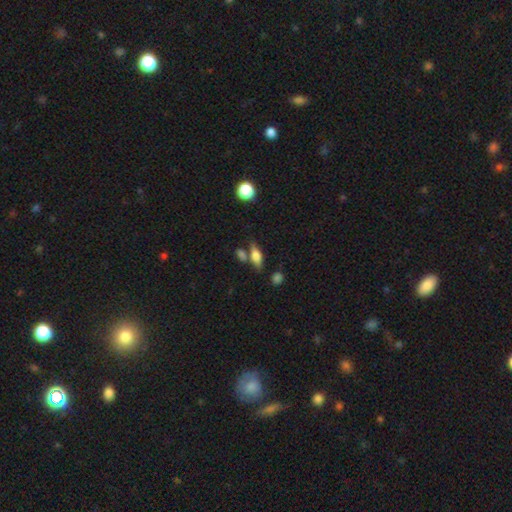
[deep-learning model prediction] Smooth or featured? Predicted: smooth (p=0.69). How rounded? Predicted: in between (p=0.66). Merging? Predicted: none (p=0.63).